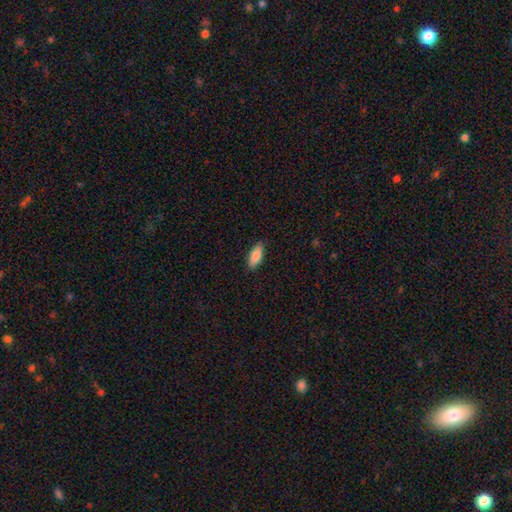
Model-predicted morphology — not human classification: smooth_or_featured: smooth (p=0.83) [alt: featured or disk p=0.11]
how_rounded: in between (p=0.79) [alt: cigar-shaped p=0.19]
merging: none (p=0.86) [alt: minor disturbance p=0.11]